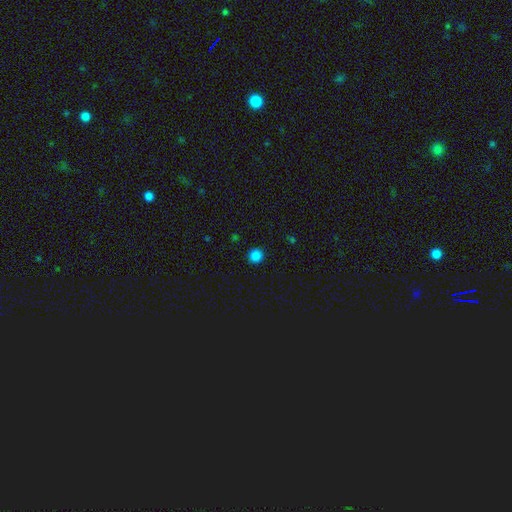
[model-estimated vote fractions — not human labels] smooth-or-featured: smooth: 85% | star or artifact: 12% | featured or disk: 3%
  how-rounded: round: 95% | in between: 4% | cigar-shaped: 1%
  merging: none: 93% | minor disturbance: 5% | major disturbance: 2% | merger: 1%